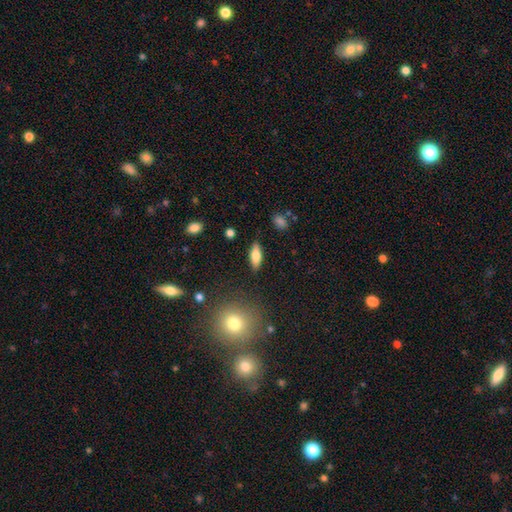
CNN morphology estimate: smooth-or-featured: smooth: 72% | featured or disk: 21% | star or artifact: 7%
  how-rounded: in between: 68% | cigar-shaped: 29% | round: 3%
  merging: none: 86% | minor disturbance: 10% | major disturbance: 3% | merger: 2%